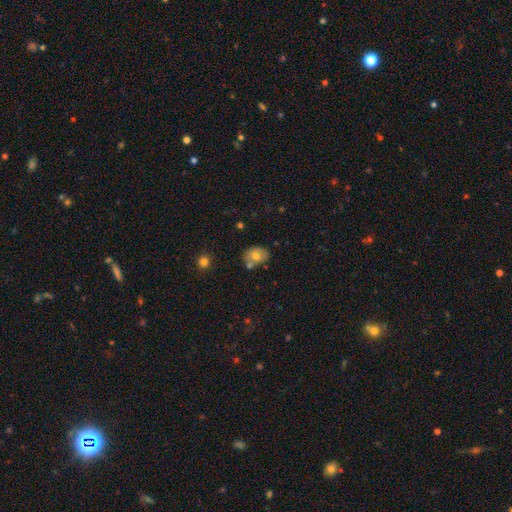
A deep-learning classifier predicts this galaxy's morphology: A smooth galaxy with no disk features (70%) that is in between round and cigar-shaped (62%).

Vote fractions:
- Smooth or featured? smooth: 70% / featured or disk: 20% / star or artifact: 10%
- How rounded? in between: 62% / round: 37% / cigar-shaped: 1%
- Merging? none: 58% / merger: 21% / minor disturbance: 17% / major disturbance: 4%